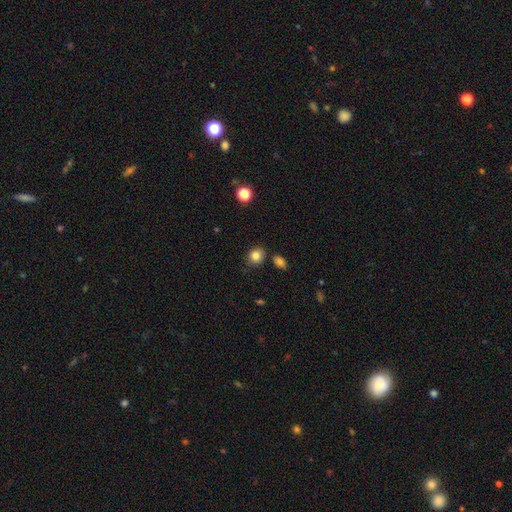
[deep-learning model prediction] A smooth galaxy with no disk features (84%) that is round (72%). Merging: none (79%).